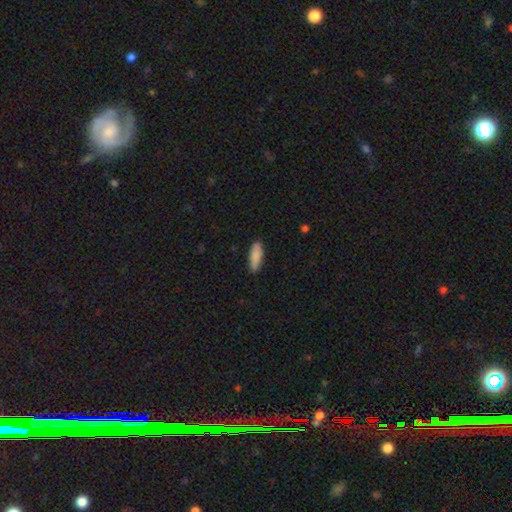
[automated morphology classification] Smooth or featured?
  - smooth: 87% *
  - featured or disk: 7%
  - star or artifact: 6%
How rounded?
  - in between: 59% *
  - cigar-shaped: 39%
  - round: 2%
Merging?
  - none: 86% *
  - minor disturbance: 11%
  - major disturbance: 2%
  - merger: 1%